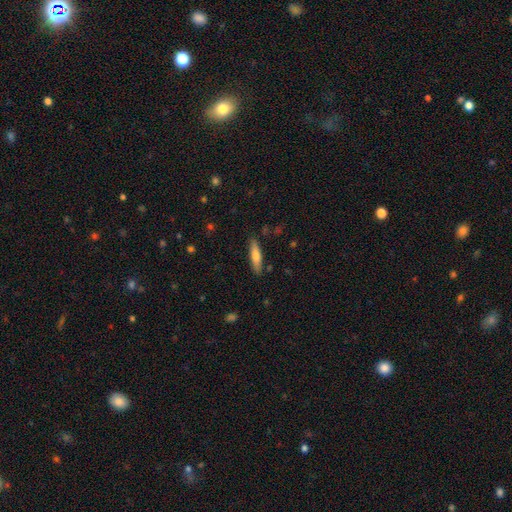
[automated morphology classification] Q: Smooth or featured?
A: smooth (68%); runner-up: featured or disk (26%)
Q: How rounded?
A: cigar-shaped (77%); runner-up: in between (22%)
Q: Merging?
A: none (86%); runner-up: minor disturbance (10%)